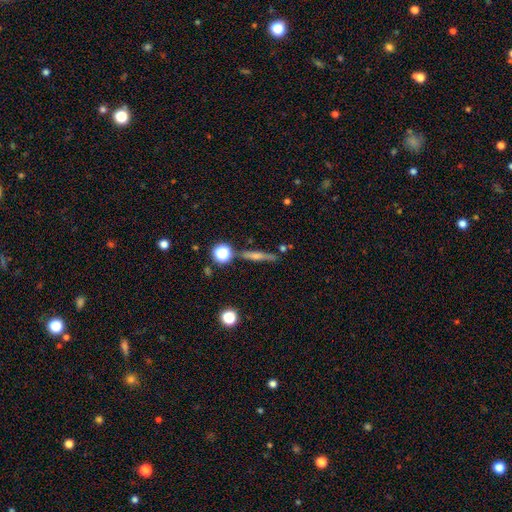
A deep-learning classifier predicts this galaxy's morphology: Smooth or featured?
  - featured or disk: 51% *
  - smooth: 36%
  - star or artifact: 13%
Edge-on disk?
  - yes: 94% *
  - no: 6%
Merging?
  - none: 82% *
  - minor disturbance: 10%
  - merger: 5%
  - major disturbance: 3%